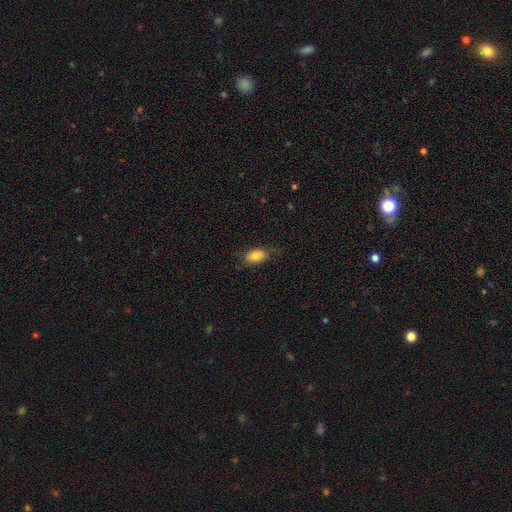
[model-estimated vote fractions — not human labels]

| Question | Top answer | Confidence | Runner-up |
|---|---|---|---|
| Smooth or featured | smooth | 83% | featured or disk (9%) |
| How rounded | in between | 90% | round (7%) |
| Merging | none | 67% | minor disturbance (24%) |